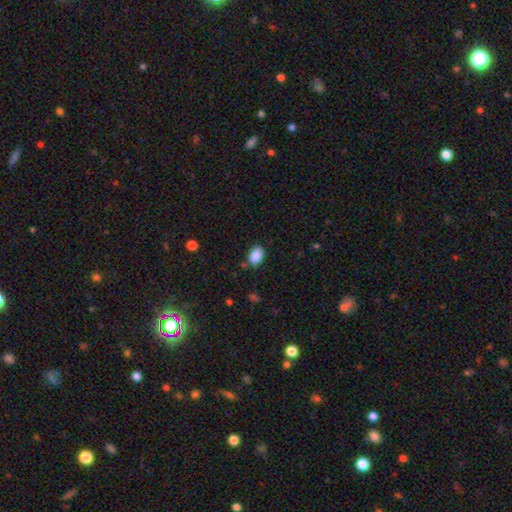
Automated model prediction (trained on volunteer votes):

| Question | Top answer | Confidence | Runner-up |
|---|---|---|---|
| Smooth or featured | smooth | 89% | star or artifact (8%) |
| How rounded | in between | 85% | round (14%) |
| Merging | none | 82% | minor disturbance (13%) |